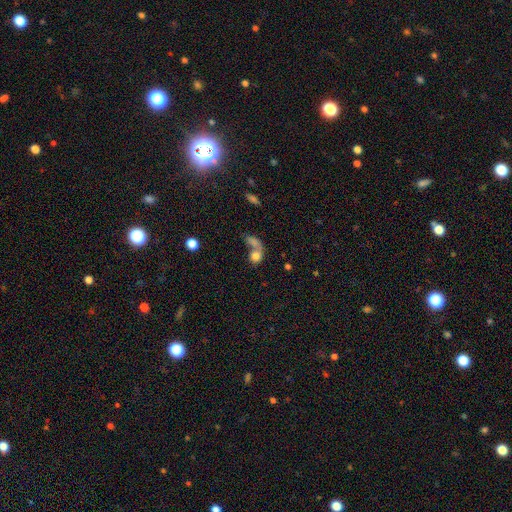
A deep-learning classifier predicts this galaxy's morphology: Smooth or featured? smooth (73%)
How rounded? round (52%)
Merging? merger (59%)